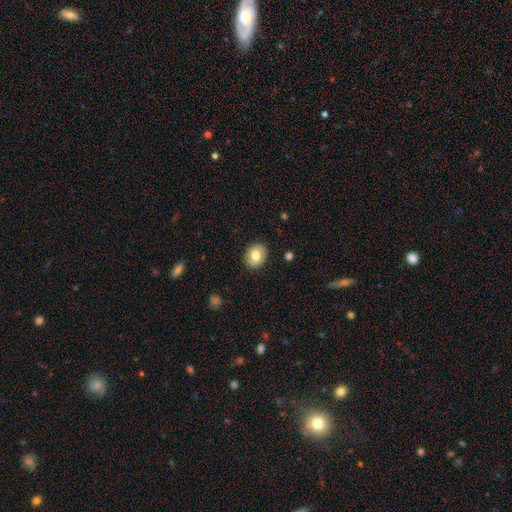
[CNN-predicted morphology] A smooth galaxy with no disk features (73%) that is round (53%).

Vote fractions:
- Smooth or featured? smooth: 73% / featured or disk: 20% / star or artifact: 8%
- How rounded? round: 53% / in between: 46% / cigar-shaped: 1%
- Merging? none: 87% / minor disturbance: 9% / major disturbance: 2% / merger: 1%